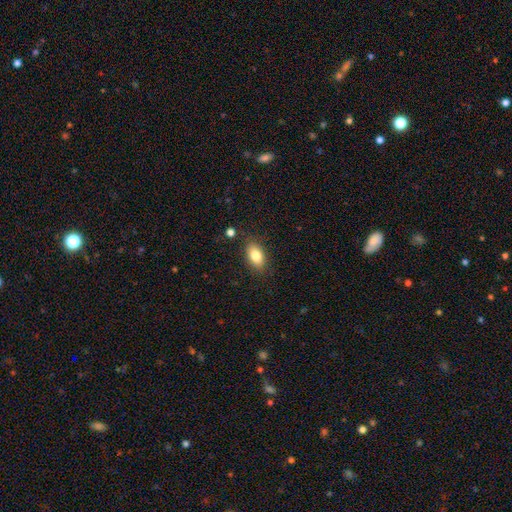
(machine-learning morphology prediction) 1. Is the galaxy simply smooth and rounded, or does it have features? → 81% smooth, 11% featured or disk, 8% star or artifact.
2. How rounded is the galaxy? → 89% in between, 8% round, 3% cigar-shaped.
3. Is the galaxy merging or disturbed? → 84% none, 11% minor disturbance, 3% major disturbance, 2% merger.